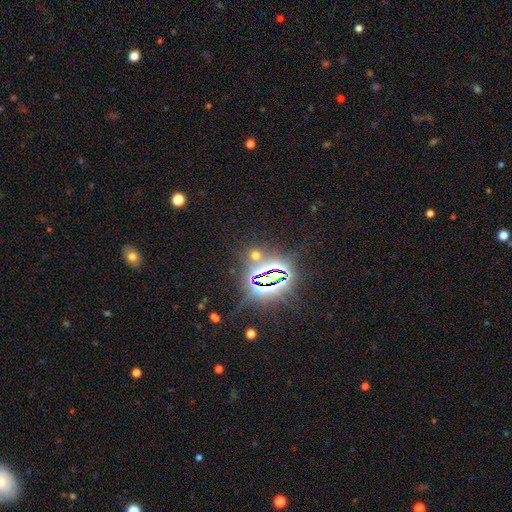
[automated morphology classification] Smooth or featured: star or artifact — 67% (smooth — 26%)